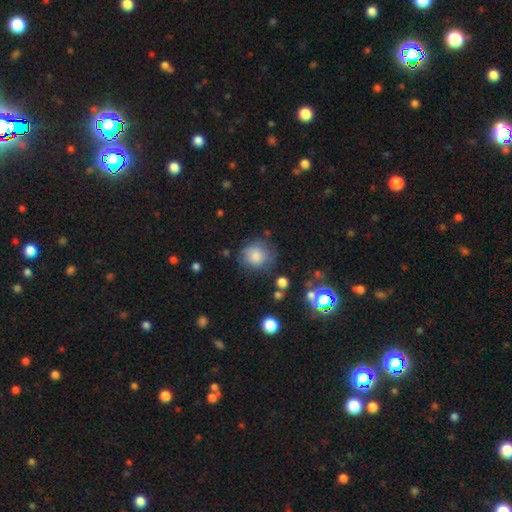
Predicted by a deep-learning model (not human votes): Overall: smooth (75%). How rounded: round (83%). Merging: none (66%).